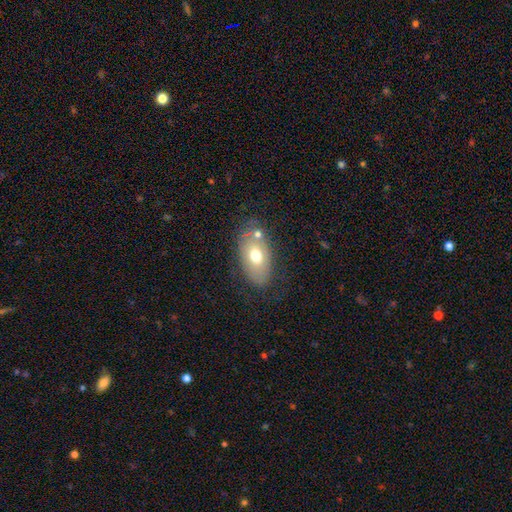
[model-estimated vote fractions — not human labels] Smooth or featured: smooth — 59% (featured or disk — 32%)
How rounded: in between — 90% (round — 8%)
Merging: none — 66% (minor disturbance — 18%)